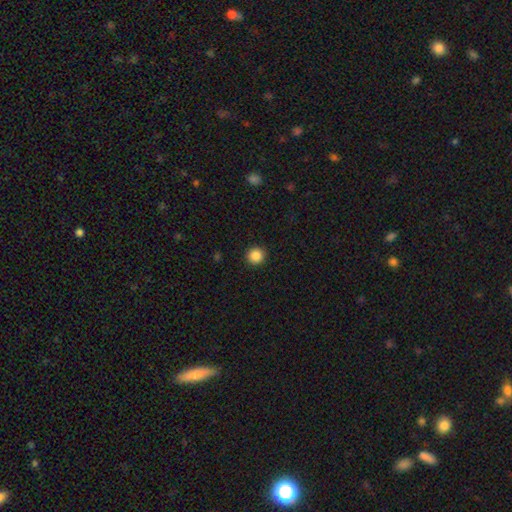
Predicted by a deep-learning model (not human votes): Smooth or featured: smooth — 87% (star or artifact — 10%)
How rounded: round — 94% (in between — 5%)
Merging: none — 93% (minor disturbance — 5%)